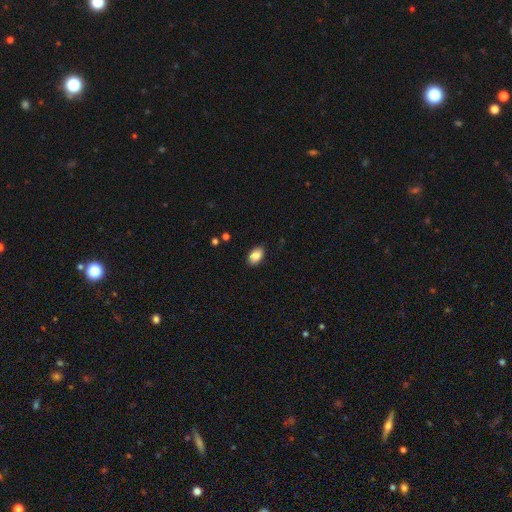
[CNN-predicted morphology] smooth_or_featured: smooth (p=0.87) [alt: star or artifact p=0.08]
how_rounded: in between (p=0.90) [alt: round p=0.09]
merging: none (p=0.86) [alt: minor disturbance p=0.11]